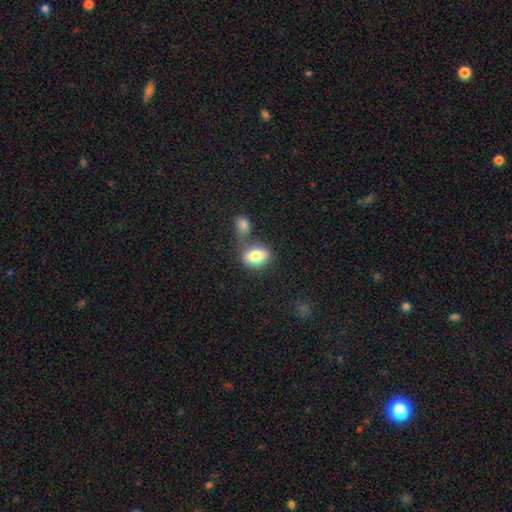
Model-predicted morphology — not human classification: This is likely a smooth galaxy (78%). How rounded: likely in between (78%). Merging: possibly none (47%).